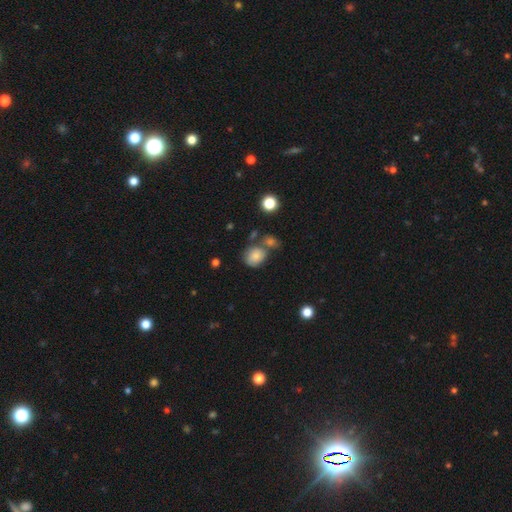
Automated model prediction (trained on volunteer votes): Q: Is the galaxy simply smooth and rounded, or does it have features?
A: smooth — 79%.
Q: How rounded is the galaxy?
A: round — 66%.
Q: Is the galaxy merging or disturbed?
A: none — 53%.